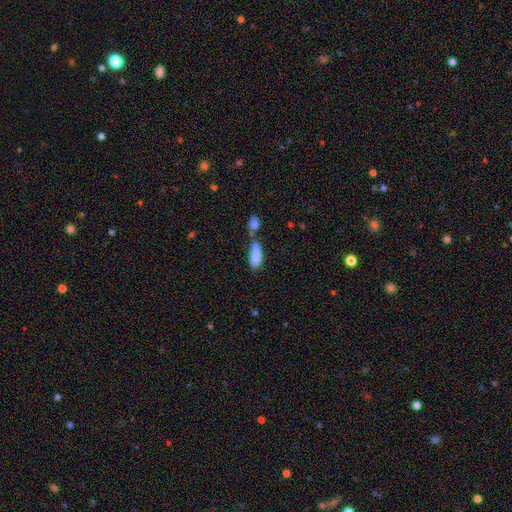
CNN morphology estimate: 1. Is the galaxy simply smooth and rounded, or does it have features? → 82% smooth, 10% featured or disk, 8% star or artifact.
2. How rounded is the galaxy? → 59% in between, 39% cigar-shaped, 2% round.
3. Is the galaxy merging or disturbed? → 40% merger, 33% none, 19% minor disturbance, 8% major disturbance.